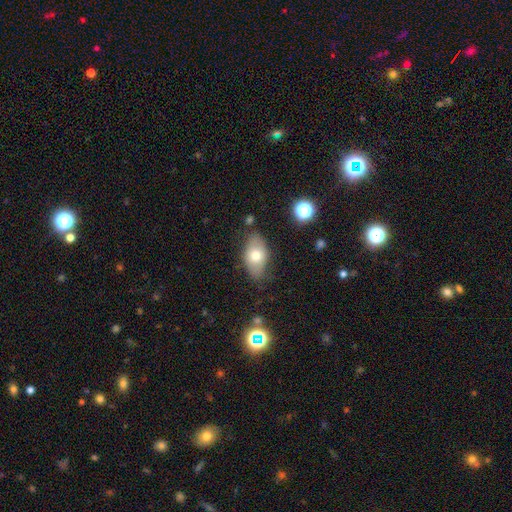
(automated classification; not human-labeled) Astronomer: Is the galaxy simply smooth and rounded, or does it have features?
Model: smooth — 69%.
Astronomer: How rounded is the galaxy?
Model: in between — 91%.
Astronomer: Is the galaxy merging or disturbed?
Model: none — 73%.